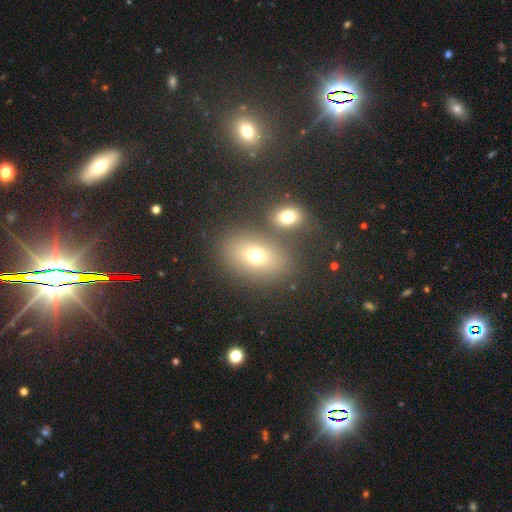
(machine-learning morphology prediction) A smooth galaxy with no disk features (70%) that is in between round and cigar-shaped (76%).

Vote fractions:
- Smooth or featured? smooth: 70% / featured or disk: 16% / star or artifact: 14%
- How rounded? in between: 76% / round: 22% / cigar-shaped: 2%
- Merging? none: 66% / merger: 19% / minor disturbance: 10% / major disturbance: 5%